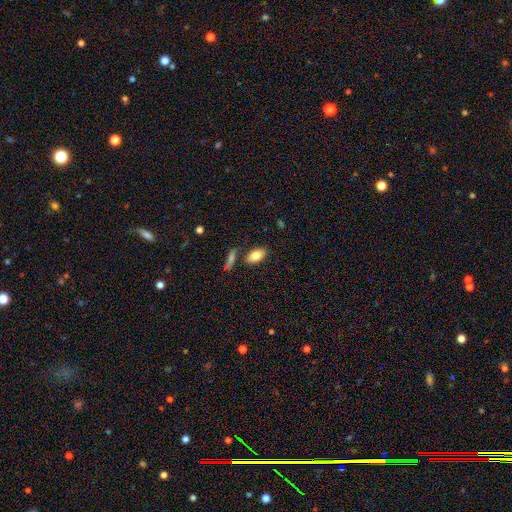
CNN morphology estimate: Smooth or featured?
  - smooth: 81% *
  - featured or disk: 11%
  - star or artifact: 7%
How rounded?
  - in between: 91% *
  - round: 5%
  - cigar-shaped: 4%
Merging?
  - none: 76% *
  - minor disturbance: 12%
  - merger: 9%
  - major disturbance: 3%